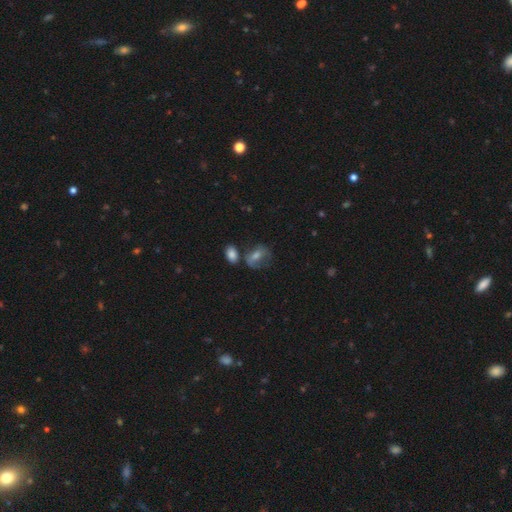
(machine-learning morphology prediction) A smooth galaxy with no disk features (55%) that is in between round and cigar-shaped (71%).

Vote fractions:
- Smooth or featured? smooth: 55% / featured or disk: 30% / star or artifact: 14%
- How rounded? in between: 71% / round: 25% / cigar-shaped: 3%
- Merging? none: 49% / minor disturbance: 21% / merger: 18% / major disturbance: 12%